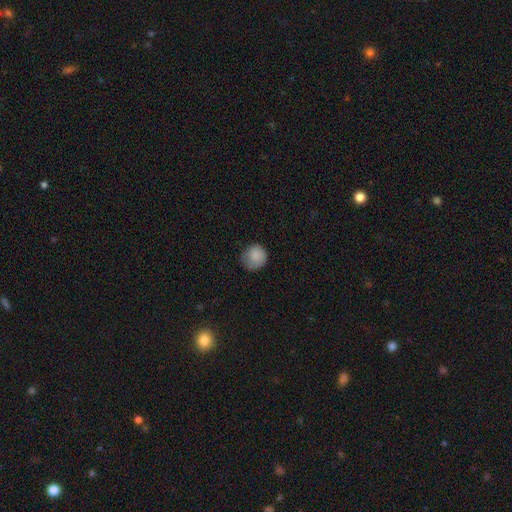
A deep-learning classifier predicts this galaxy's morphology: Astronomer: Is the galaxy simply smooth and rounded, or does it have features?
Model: smooth — 86%.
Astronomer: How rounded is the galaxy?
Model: round — 87%.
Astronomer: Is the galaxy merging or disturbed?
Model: none — 64%.